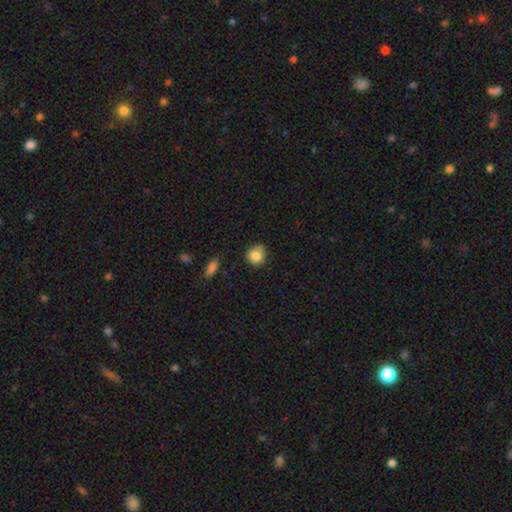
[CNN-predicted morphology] The model was most divided on "merging": none: 70%, minor disturbance: 21%, merger: 5%, major disturbance: 4%. More confident: how rounded — round (87%); smooth or featured — smooth (84%).